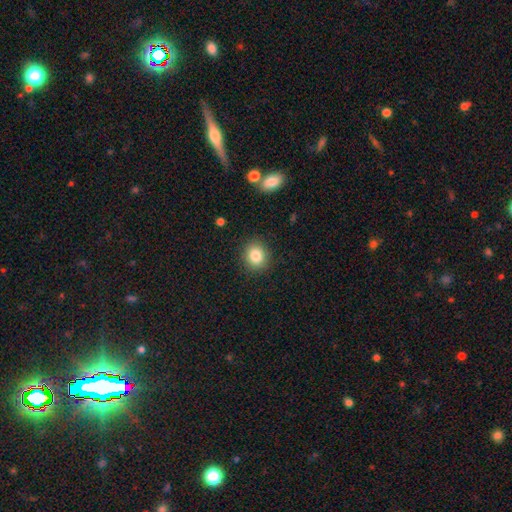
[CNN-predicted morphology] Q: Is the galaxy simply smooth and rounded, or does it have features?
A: smooth — 84%.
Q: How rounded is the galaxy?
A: round — 73%.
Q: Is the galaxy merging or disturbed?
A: none — 89%.